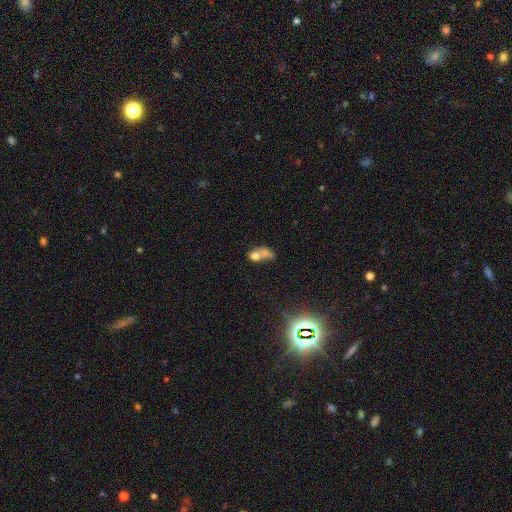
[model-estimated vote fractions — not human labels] Smooth or featured: smooth — 64% (featured or disk — 23%)
How rounded: in between — 55% (round — 43%)
Merging: merger — 67% (none — 18%)